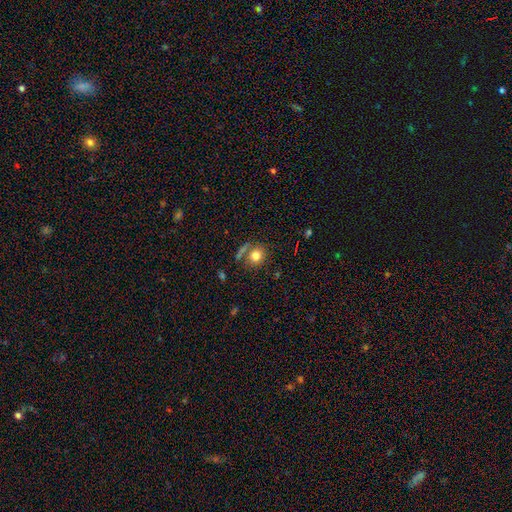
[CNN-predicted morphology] The model was most divided on "merging": none: 68%, merger: 13%, minor disturbance: 13%, major disturbance: 6%. More confident: how rounded — round (80%); smooth or featured — smooth (78%).